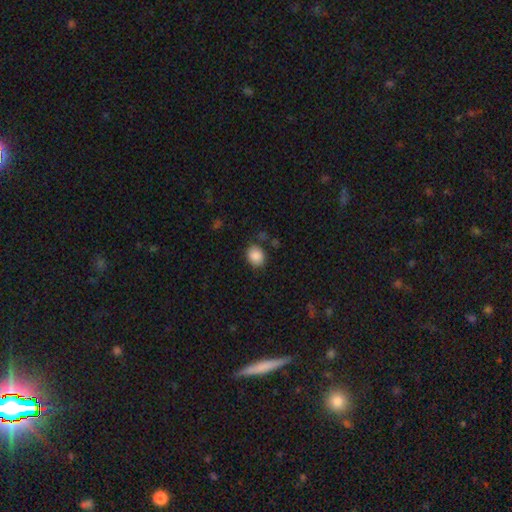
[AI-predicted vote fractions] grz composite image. It shows a smooth galaxy with no disk features (88%) that is round (55%). Merging: none (81%).